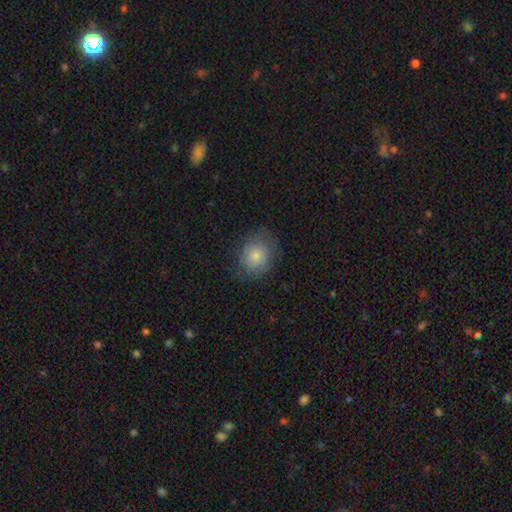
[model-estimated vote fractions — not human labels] A smooth galaxy with no disk features (79%) that is round (69%).

Vote fractions:
- Smooth or featured? smooth: 79% / featured or disk: 12% / star or artifact: 8%
- How rounded? round: 69% / in between: 30% / cigar-shaped: 1%
- Merging? none: 74% / minor disturbance: 17% / major disturbance: 7% / merger: 1%